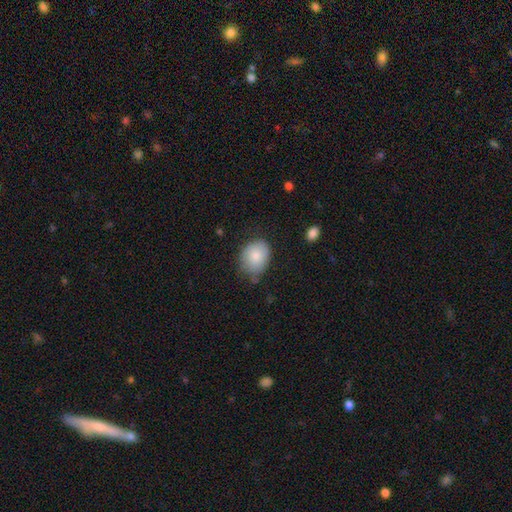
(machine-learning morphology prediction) Smooth or featured: smooth — 83% (featured or disk — 10%)
How rounded: in between — 56% (round — 43%)
Merging: none — 63% (minor disturbance — 29%)